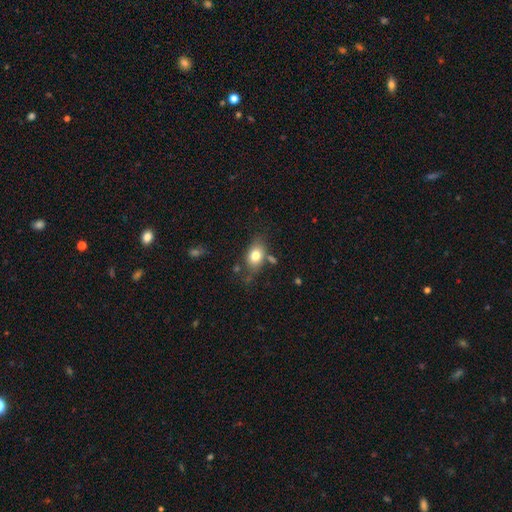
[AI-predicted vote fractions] The model was most divided on "merging": none: 68%, minor disturbance: 18%, merger: 8%, major disturbance: 6%. More confident: how rounded — in between (79%); smooth or featured — smooth (77%).